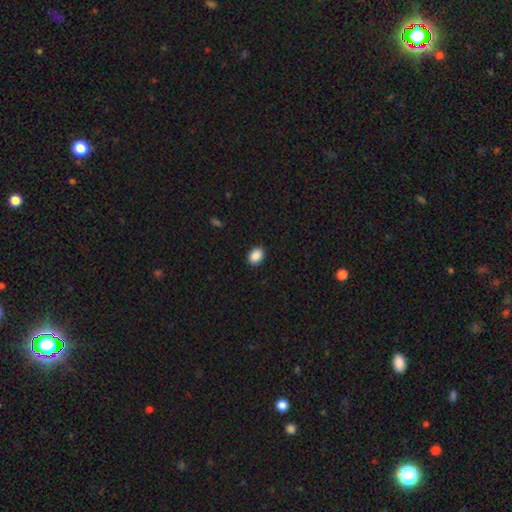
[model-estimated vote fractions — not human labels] Overall: smooth (90%). How rounded: in between (73%). Merging: none (90%).